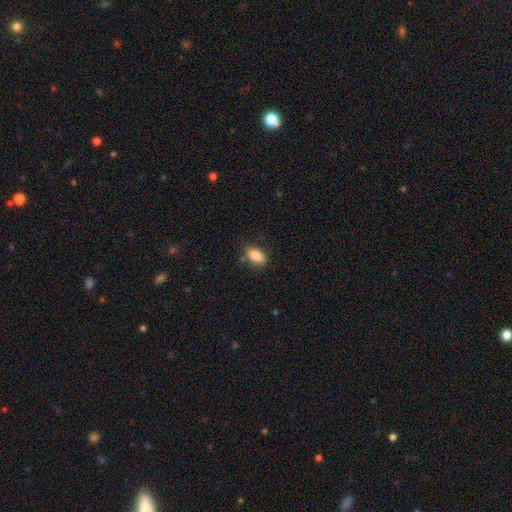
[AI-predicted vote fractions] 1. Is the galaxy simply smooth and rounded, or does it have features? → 85% smooth, 8% star or artifact, 7% featured or disk.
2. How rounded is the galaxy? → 88% in between, 9% round, 3% cigar-shaped.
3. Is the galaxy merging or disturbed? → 77% none, 16% minor disturbance, 3% major disturbance, 3% merger.